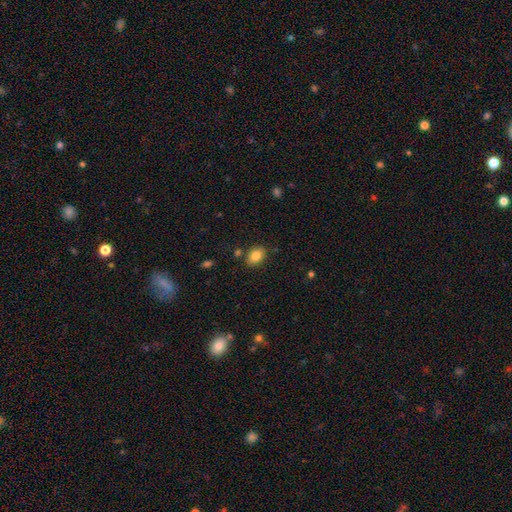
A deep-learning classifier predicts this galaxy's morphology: Smooth or featured: smooth — 83% (star or artifact — 9%)
How rounded: in between — 77% (round — 22%)
Merging: none — 82% (minor disturbance — 11%)